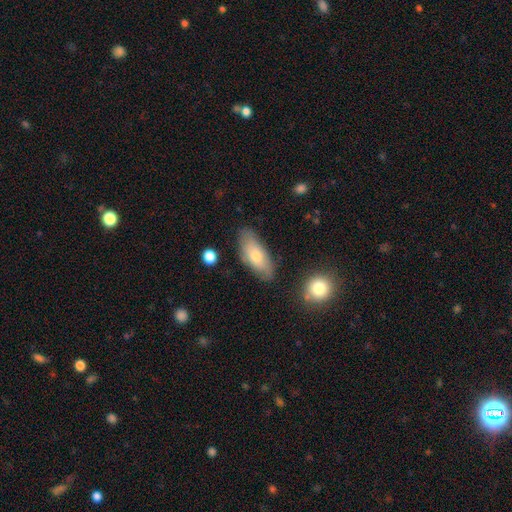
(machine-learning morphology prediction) This appears to be a smooth galaxy with no disk features (69%) that is in between round and cigar-shaped (83%). Merging: none (74%).